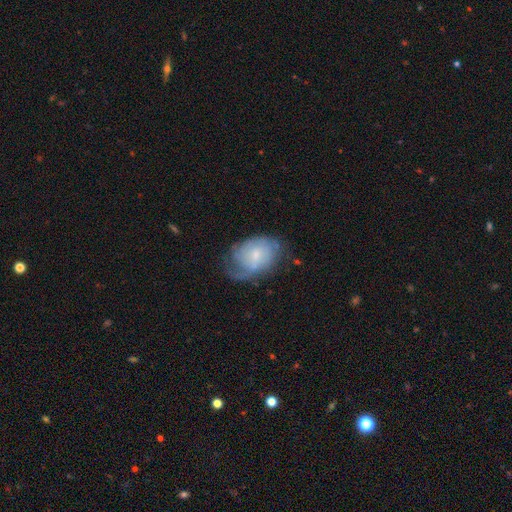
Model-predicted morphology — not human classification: Smooth or featured? Predicted: featured or disk (p=0.61). Edge-on disk? Predicted: no (p=0.96). Bar? Predicted: no (p=0.68). Spiral arms? Predicted: yes (p=0.81). Bulge size? Predicted: small (p=0.60). Merging? Predicted: none (p=0.46).